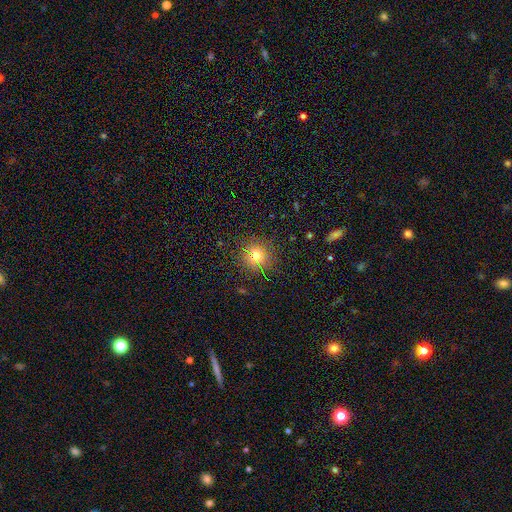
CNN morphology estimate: smooth_or_featured: smooth (p=0.66) [alt: star or artifact p=0.25]
how_rounded: round (p=0.93) [alt: in between p=0.06]
merging: none (p=0.89) [alt: minor disturbance p=0.06]